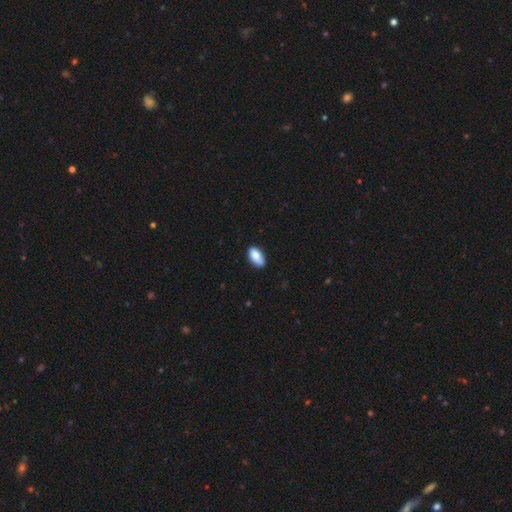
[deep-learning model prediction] smooth 84%, featured or disk 10%, star or artifact 7%. Down the decision tree: how rounded — in between (93%); merging — none (73%).